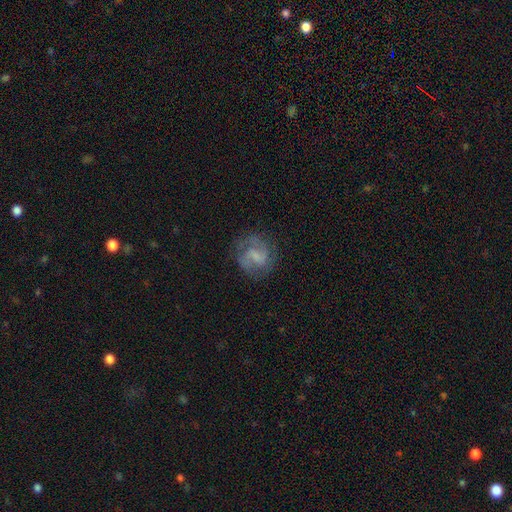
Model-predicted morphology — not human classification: The model was most divided on "bulge size": none: 41%, small: 32%, moderate: 20%, large: 5%, dominant: 1%. More confident: edge-on disk — no (98%); spiral arms — yes (91%); spiral arm count — 2 (74%); merging — none (71%); smooth or featured — featured or disk (70%); bar — weak (52%); spiral winding — medium (50%).